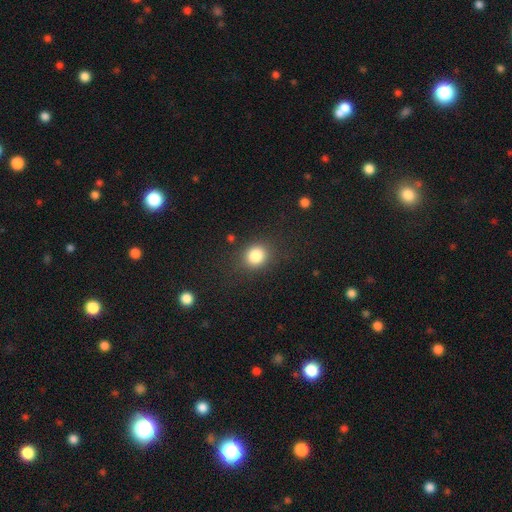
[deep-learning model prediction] A smooth galaxy with no disk features (83%) that is round (73%). Merging: none (83%).